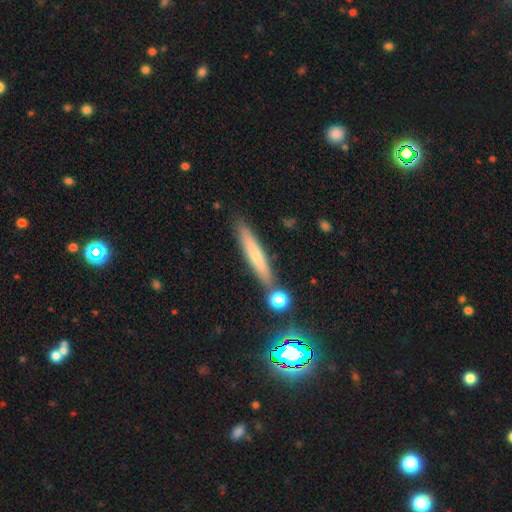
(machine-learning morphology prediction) The model was most divided on "smooth or featured": smooth: 54%, featured or disk: 36%, star or artifact: 10%. More confident: how rounded — cigar-shaped (92%); merging — none (80%).